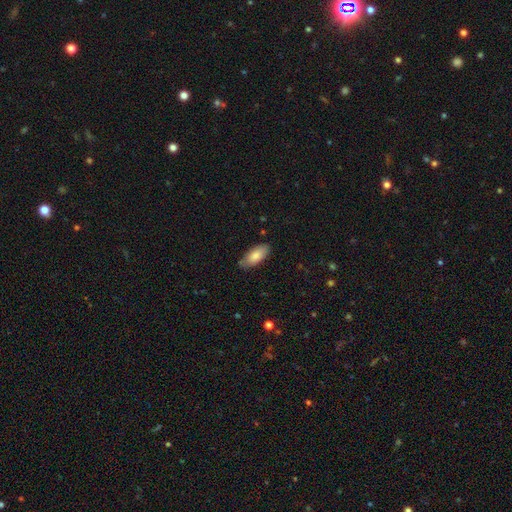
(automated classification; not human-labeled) A smooth galaxy with no disk features (82%) that is in between round and cigar-shaped (87%).

Vote fractions:
- Smooth or featured? smooth: 82% / featured or disk: 13% / star or artifact: 6%
- How rounded? in between: 87% / cigar-shaped: 11% / round: 2%
- Merging? none: 79% / minor disturbance: 17% / major disturbance: 3% / merger: 1%